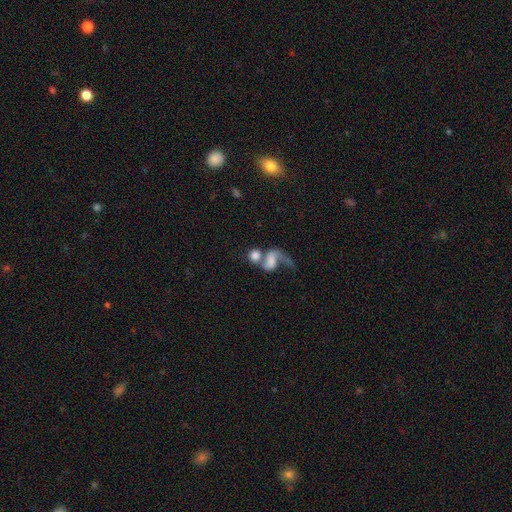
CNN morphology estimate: A smooth galaxy with no disk features (52%) that is in between round and cigar-shaped (50%). Merging: merger (62%).